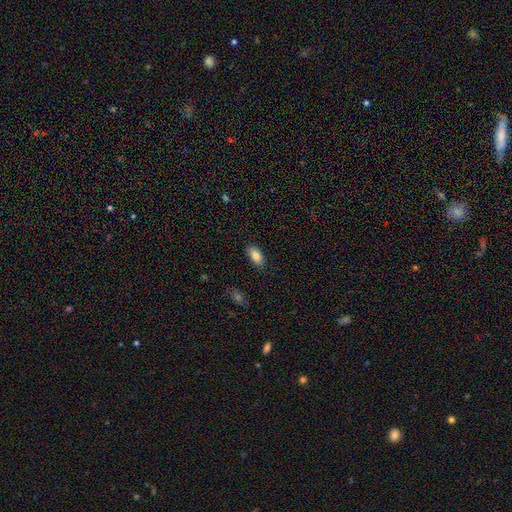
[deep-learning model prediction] Smooth or featured? smooth (87%)
How rounded? in between (90%)
Merging? none (87%)